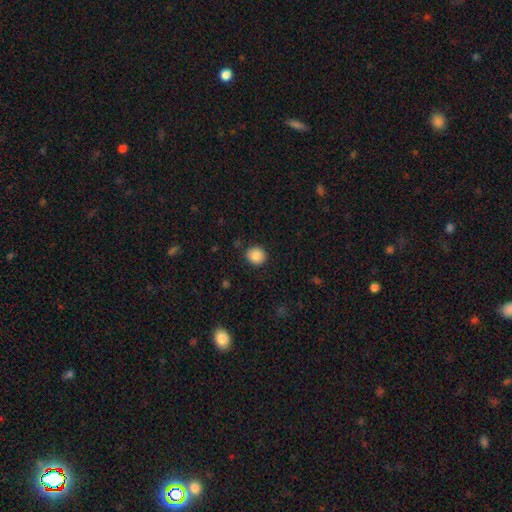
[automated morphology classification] smooth-or-featured: smooth: 87% | star or artifact: 9% | featured or disk: 4%
  how-rounded: round: 87% | in between: 12% | cigar-shaped: 1%
  merging: none: 89% | minor disturbance: 8% | major disturbance: 2% | merger: 1%